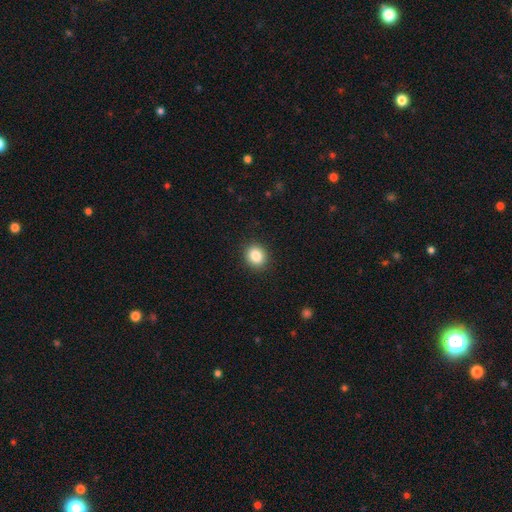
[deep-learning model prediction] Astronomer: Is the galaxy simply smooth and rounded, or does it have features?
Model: smooth — 86%.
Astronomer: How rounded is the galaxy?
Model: round — 70%.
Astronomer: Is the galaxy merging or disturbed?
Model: none — 91%.